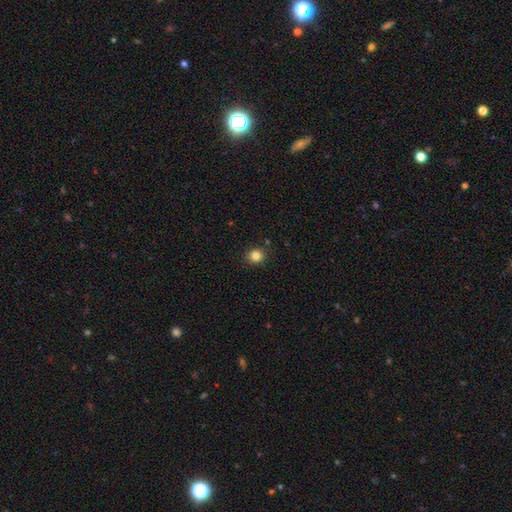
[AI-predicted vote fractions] Overall: smooth (83%). How rounded: round (85%). Merging: none (90%).